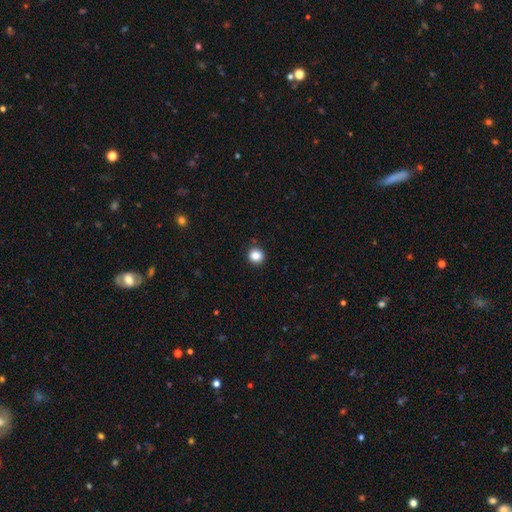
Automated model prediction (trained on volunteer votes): Smooth or featured? smooth (86%)
How rounded? round (91%)
Merging? none (90%)